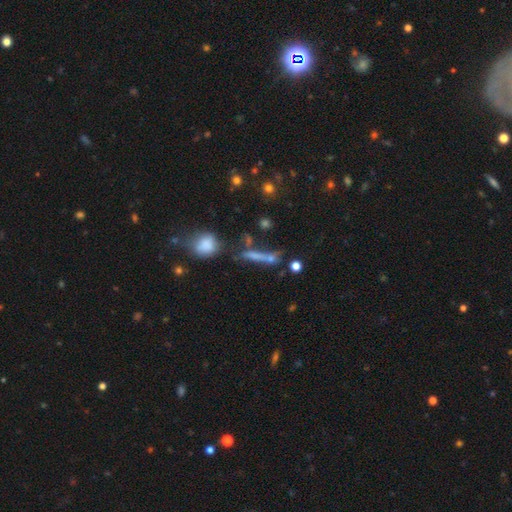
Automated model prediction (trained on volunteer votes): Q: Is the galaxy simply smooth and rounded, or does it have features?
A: smooth — 46%.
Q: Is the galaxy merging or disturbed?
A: none — 57%.